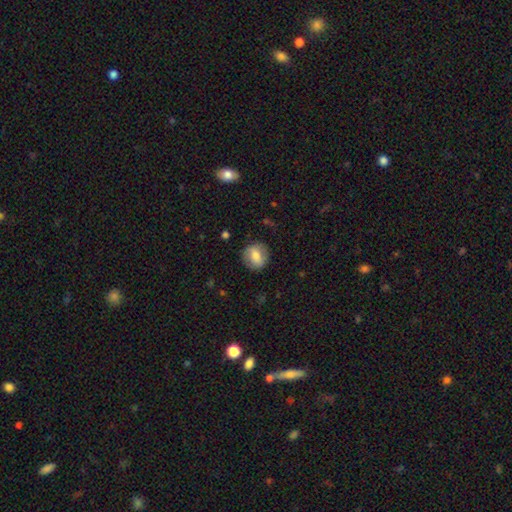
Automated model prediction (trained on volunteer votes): Smooth or featured? Predicted: smooth (p=0.64). How rounded? Predicted: round (p=0.79). Merging? Predicted: none (p=0.84).